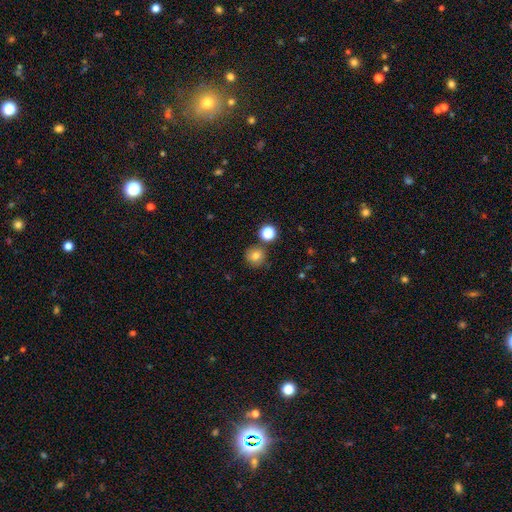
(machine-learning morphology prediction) smooth-or-featured: smooth: 77% | star or artifact: 14% | featured or disk: 10%
  how-rounded: round: 91% | in between: 8% | cigar-shaped: 1%
  merging: none: 78% | minor disturbance: 10% | merger: 9% | major disturbance: 3%